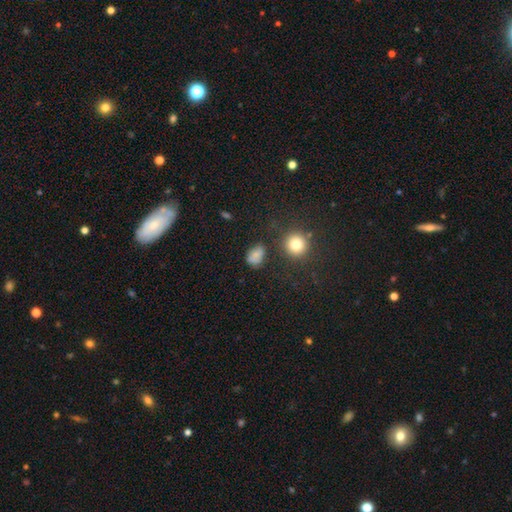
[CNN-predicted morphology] The model was most divided on "merging": none: 65%, minor disturbance: 22%, major disturbance: 8%, merger: 5%. More confident: smooth or featured — smooth (78%); how rounded — in between (72%).